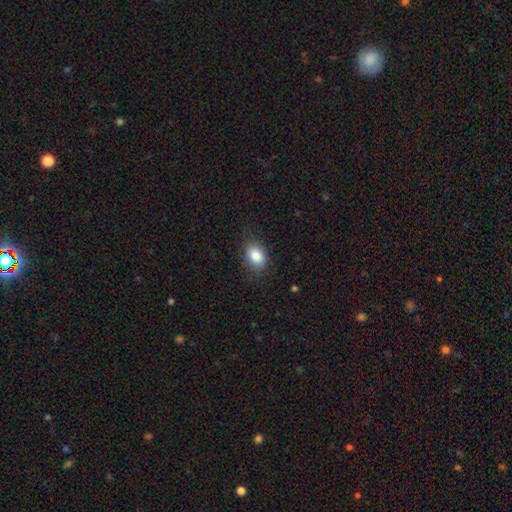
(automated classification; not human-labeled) smooth 86%, star or artifact 8%, featured or disk 5%. Down the decision tree: how rounded — in between (73%); merging — none (81%).